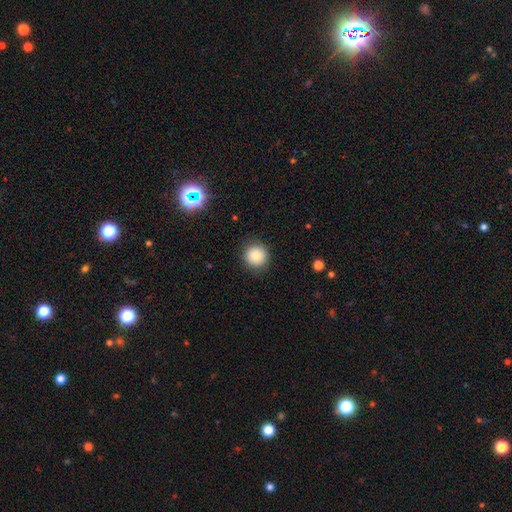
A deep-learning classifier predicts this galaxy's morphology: Smooth or featured? smooth (81%)
How rounded? round (94%)
Merging? none (88%)